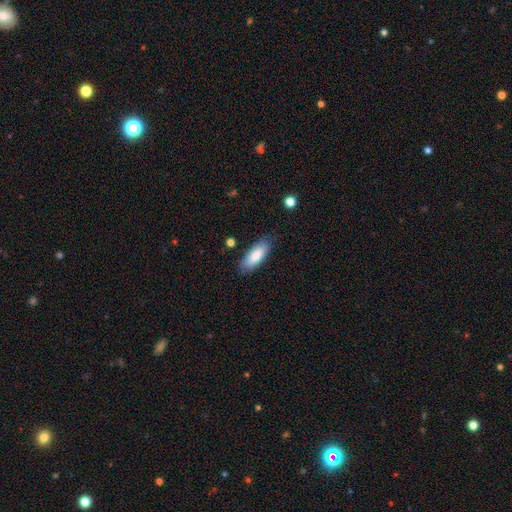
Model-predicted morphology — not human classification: smooth-or-featured: smooth: 83% | featured or disk: 11% | star or artifact: 6%
  how-rounded: in between: 76% | cigar-shaped: 22% | round: 2%
  merging: none: 82% | minor disturbance: 13% | major disturbance: 3% | merger: 2%